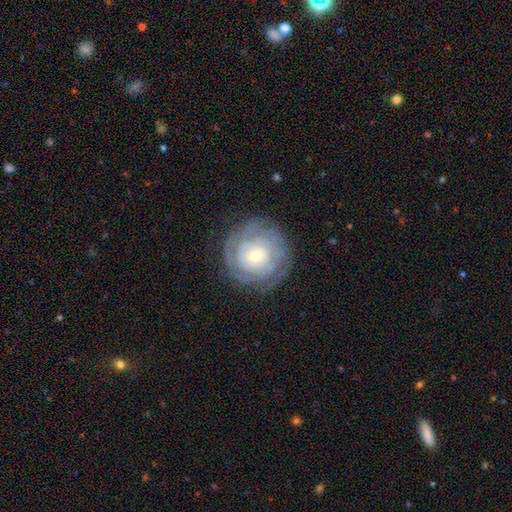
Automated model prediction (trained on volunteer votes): A featured or disk galaxy (73%) with no bar (81%), tight (81%) spiral arms (83%) and a small central bulge (56%). Merging: none (80%).